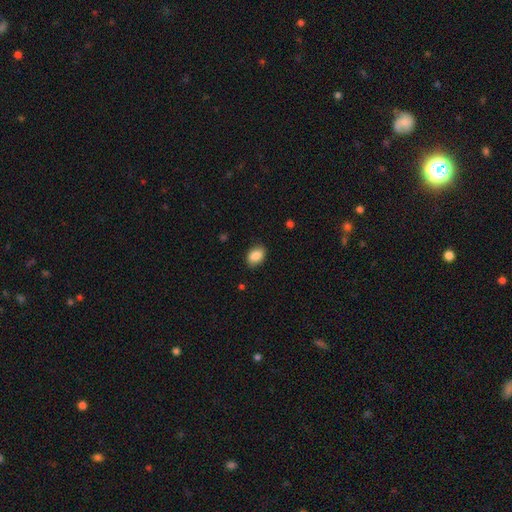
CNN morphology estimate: Q: Smooth or featured?
A: smooth (88%); runner-up: star or artifact (8%)
Q: How rounded?
A: in between (79%); runner-up: round (19%)
Q: Merging?
A: none (86%); runner-up: minor disturbance (10%)